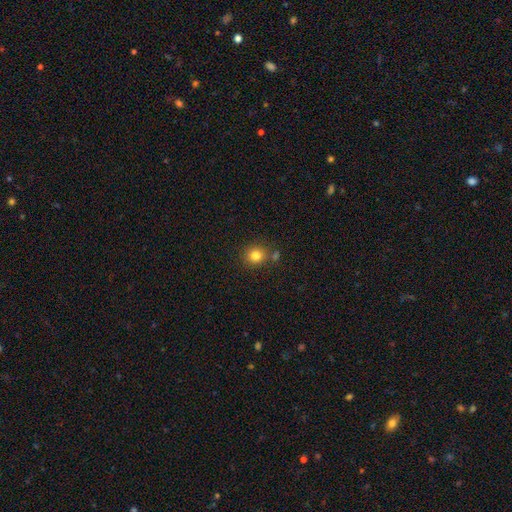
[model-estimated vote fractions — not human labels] Smooth or featured?
  - smooth: 81% *
  - star or artifact: 12%
  - featured or disk: 7%
How rounded?
  - round: 87% *
  - in between: 12%
  - cigar-shaped: 1%
Merging?
  - none: 74% *
  - merger: 13%
  - minor disturbance: 10%
  - major disturbance: 3%